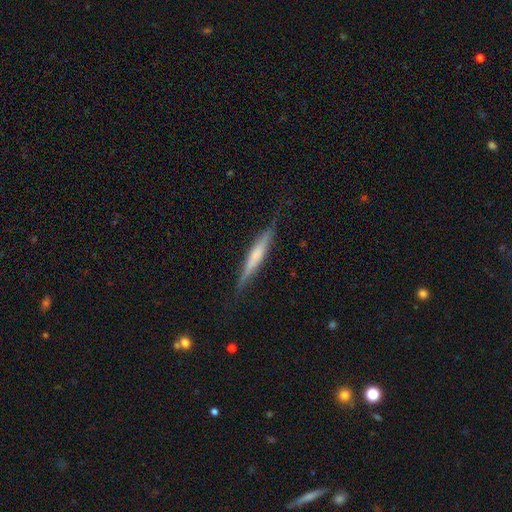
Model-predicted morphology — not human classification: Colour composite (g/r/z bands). It shows a featured or disk galaxy (54%) viewed edge-on (96%) with no central bulge (42%). Merging: none (83%).